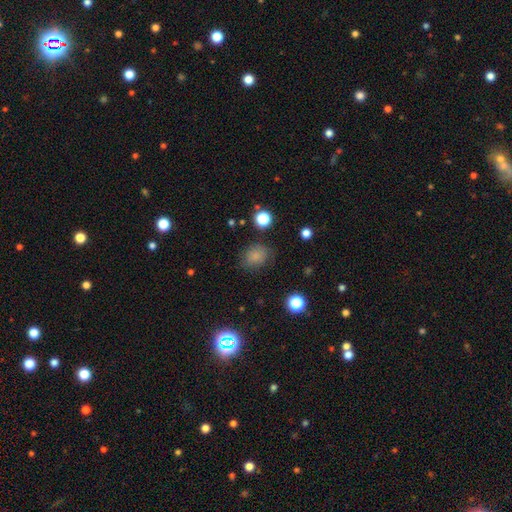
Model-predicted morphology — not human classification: smooth-or-featured: smooth: 78% | star or artifact: 14% | featured or disk: 9%
  how-rounded: round: 55% | in between: 44% | cigar-shaped: 1%
  merging: none: 73% | minor disturbance: 19% | major disturbance: 6% | merger: 2%